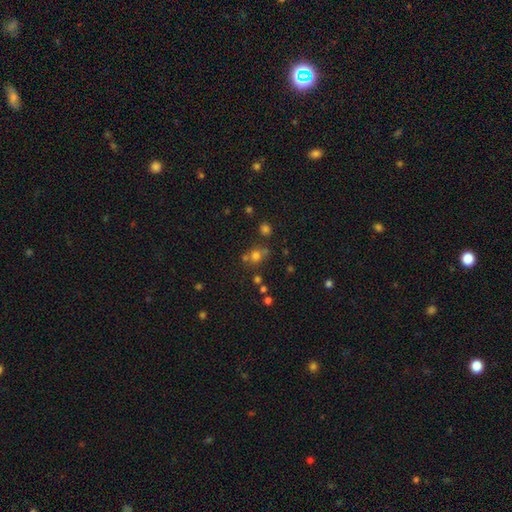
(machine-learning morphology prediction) Q: Smooth or featured?
A: smooth (67%); runner-up: star or artifact (23%)
Q: How rounded?
A: round (81%); runner-up: in between (18%)
Q: Merging?
A: none (61%); runner-up: merger (22%)